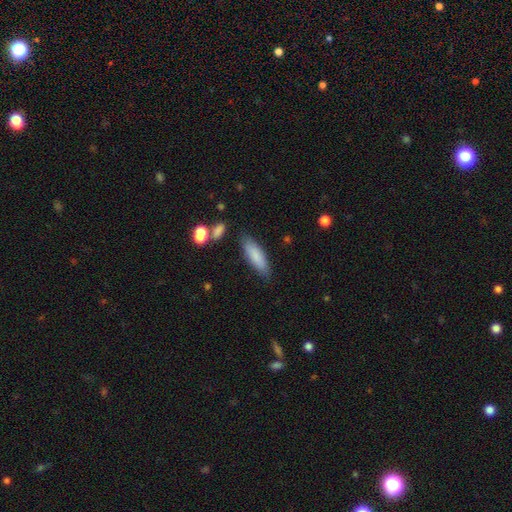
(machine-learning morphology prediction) smooth 83%, featured or disk 10%, star or artifact 7%. Down the decision tree: how rounded — cigar-shaped (52%); merging — none (82%).